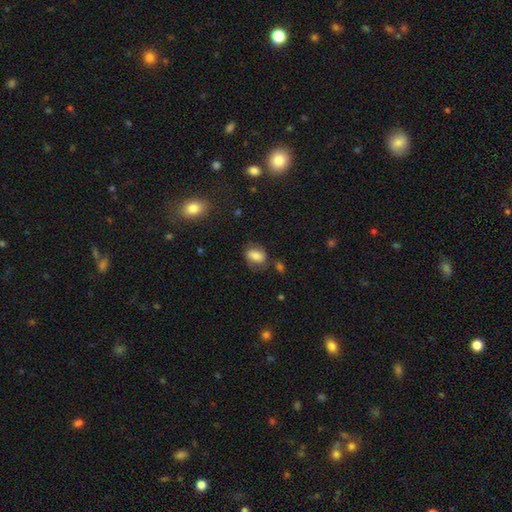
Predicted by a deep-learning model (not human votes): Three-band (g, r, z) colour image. It shows a smooth galaxy with no disk features (72%) that is in between round and cigar-shaped (79%). Merging: none (63%).